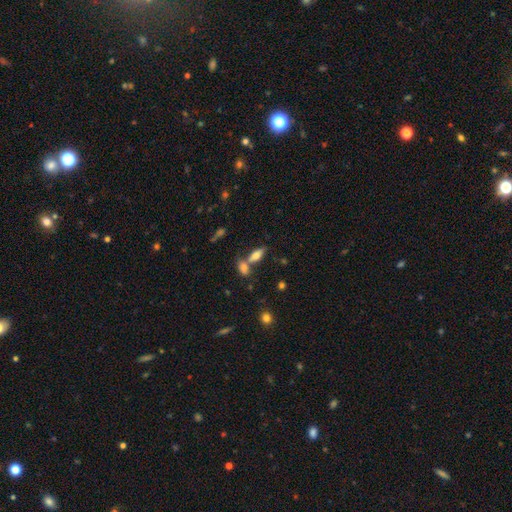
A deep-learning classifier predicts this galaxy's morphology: smooth-or-featured: smooth: 69% | featured or disk: 20% | star or artifact: 10%
  how-rounded: in between: 73% | cigar-shaped: 23% | round: 4%
  merging: none: 50% | merger: 36% | minor disturbance: 10% | major disturbance: 4%